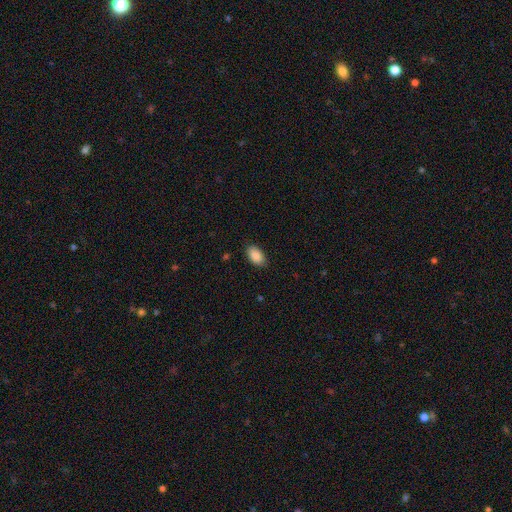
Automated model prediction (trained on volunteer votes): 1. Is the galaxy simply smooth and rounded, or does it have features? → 88% smooth, 7% star or artifact, 5% featured or disk.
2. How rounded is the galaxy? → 94% in between, 4% round, 2% cigar-shaped.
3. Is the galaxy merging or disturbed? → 87% none, 10% minor disturbance, 2% major disturbance, 1% merger.